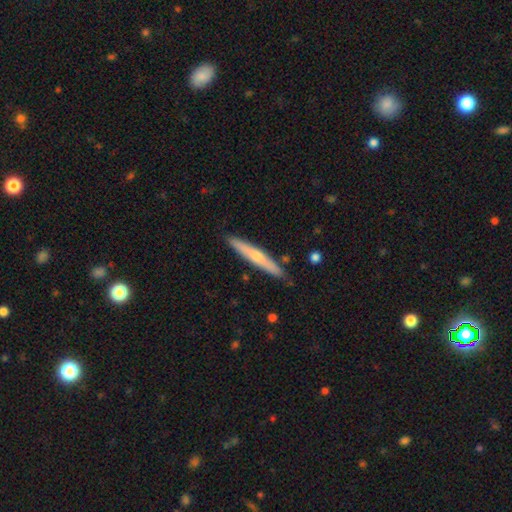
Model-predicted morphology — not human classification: This appears to be a featured or disk galaxy (50%) viewed edge-on (93%). Merging: none (89%).